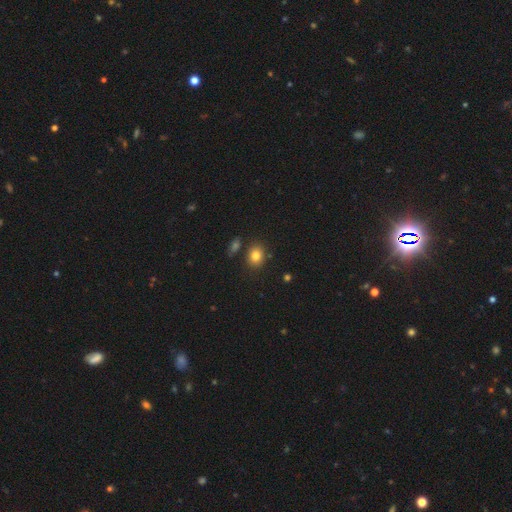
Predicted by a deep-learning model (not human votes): Smooth or featured: smooth — 82% (star or artifact — 11%)
How rounded: round — 53% (in between — 46%)
Merging: none — 80% (minor disturbance — 11%)